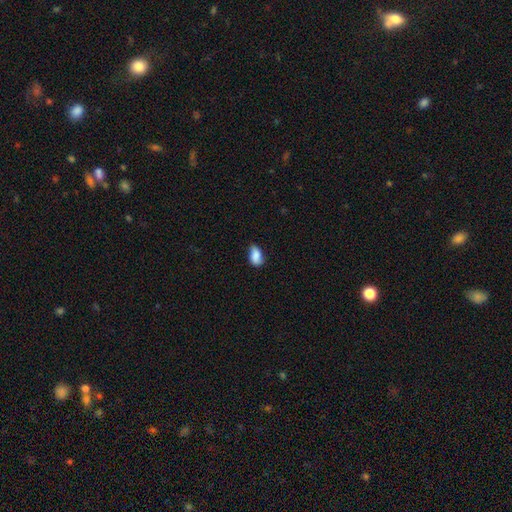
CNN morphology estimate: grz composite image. It shows a smooth galaxy with no disk features (83%) that is in between round and cigar-shaped (90%). Merging: none (59%).